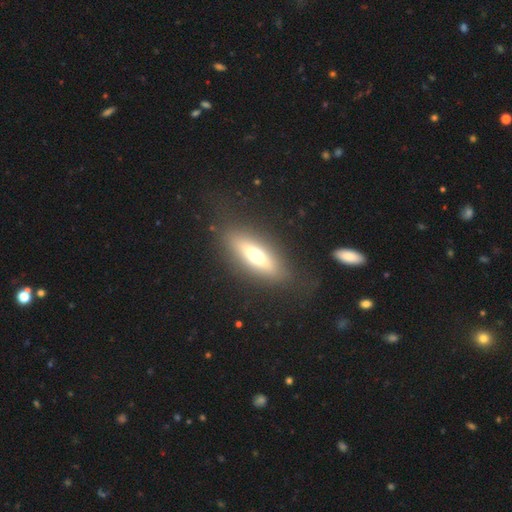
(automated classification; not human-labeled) Morphology: type=smooth (52%); roundness=in between (49%); merging=none (81%).